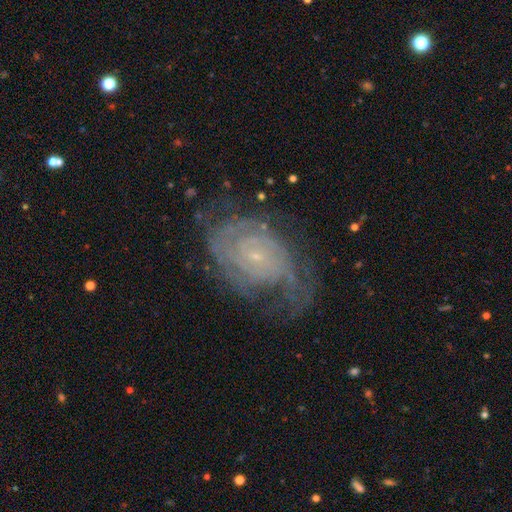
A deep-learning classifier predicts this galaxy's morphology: This is clearly a featured or disk galaxy (81%). It is clearly not viewed edge-on (97%). Bar: likely no (73%). Spiral arm pattern: clearly yes (92%). Spiral arm count: marginally can't tell (40%). Spiral winding: likely tight (66%). Central bulge: clearly small (85%). Merging: likely none (62%).